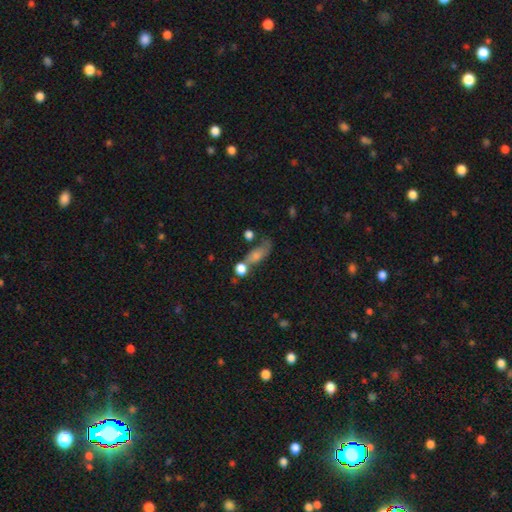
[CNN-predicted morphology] This is possibly a smooth galaxy (53%). How rounded: likely in between (61%). Merging: marginally none (39%).